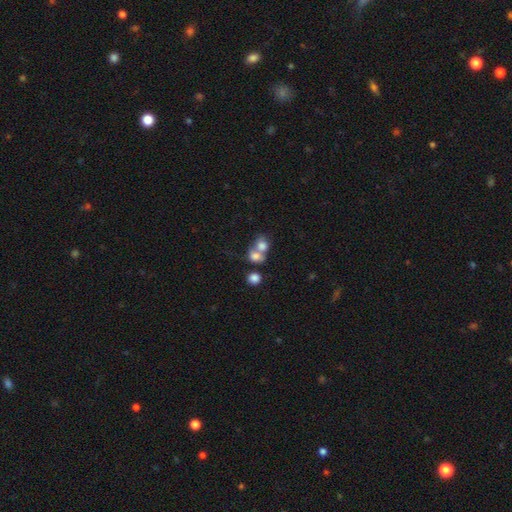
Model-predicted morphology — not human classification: A smooth galaxy with no disk features (75%) that is round (58%).

Vote fractions:
- Smooth or featured? smooth: 75% / featured or disk: 15% / star or artifact: 11%
- How rounded? round: 58% / in between: 40% / cigar-shaped: 1%
- Merging? merger: 63% / none: 25% / minor disturbance: 7% / major disturbance: 5%